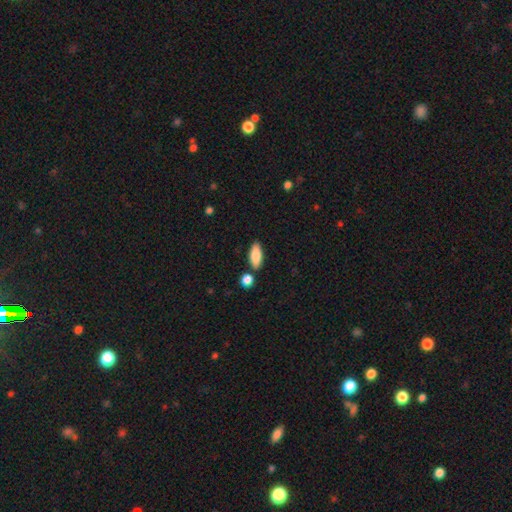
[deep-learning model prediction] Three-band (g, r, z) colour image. It shows a smooth galaxy with no disk features (85%) that is in between round and cigar-shaped (80%). Merging: none (78%).